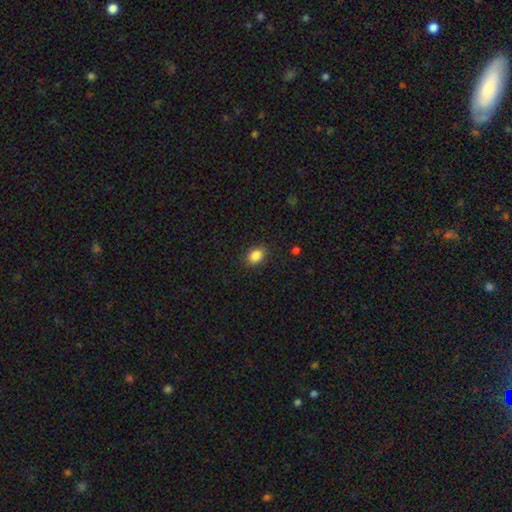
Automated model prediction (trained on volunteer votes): Smooth or featured? smooth (87%)
How rounded? in between (72%)
Merging? none (86%)